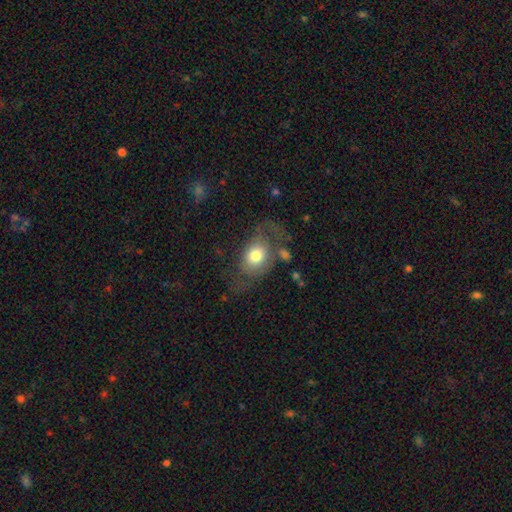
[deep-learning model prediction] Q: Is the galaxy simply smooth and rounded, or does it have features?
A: smooth — 65%.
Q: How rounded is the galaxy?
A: in between — 61%.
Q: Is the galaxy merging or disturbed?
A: none — 42%.